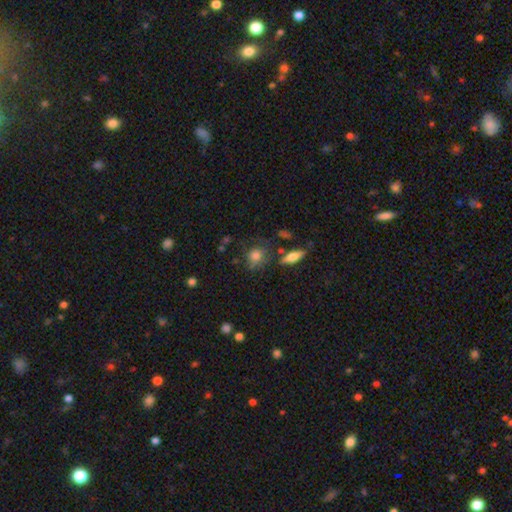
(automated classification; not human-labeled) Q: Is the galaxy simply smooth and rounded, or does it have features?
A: smooth — 77%.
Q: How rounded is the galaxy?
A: round — 63%.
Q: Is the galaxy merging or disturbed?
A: none — 60%.